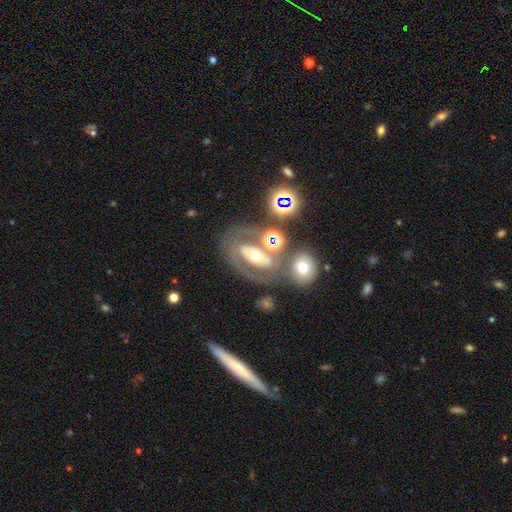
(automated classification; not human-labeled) smooth-or-featured: featured or disk: 61% | smooth: 27% | star or artifact: 13%
  disk-edge-on: no: 91% | yes: 9%
    bar: no: 53% | strong: 26% | weak: 21%
    has-spiral-arms: no: 70% | yes: 30%
    bulge-size: moderate: 69% | small: 17% | large: 10% | dominant: 2% | none: 2%
  merging: none: 54% | merger: 19% | minor disturbance: 14% | major disturbance: 13%